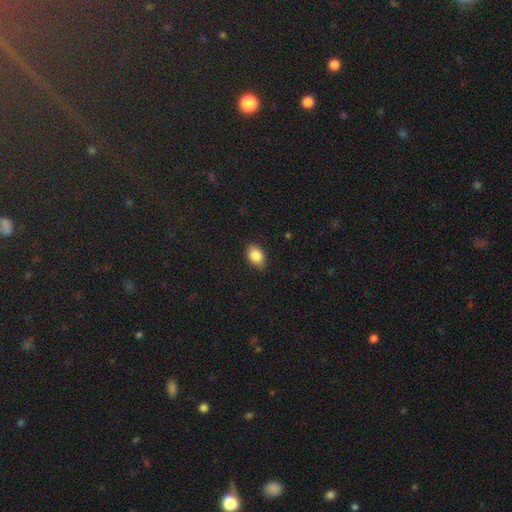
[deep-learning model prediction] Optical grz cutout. It shows a smooth galaxy with no disk features (85%) that is in between round and cigar-shaped (85%). Merging: none (85%).